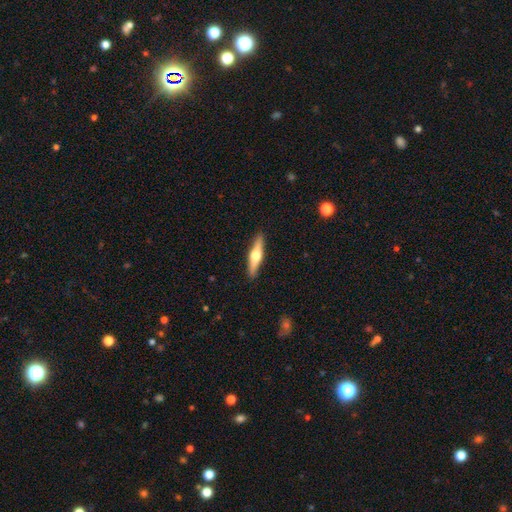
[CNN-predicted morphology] This appears to be a featured or disk galaxy (62%) viewed edge-on (96%) with a rounded central bulge (95%). Merging: none (91%).